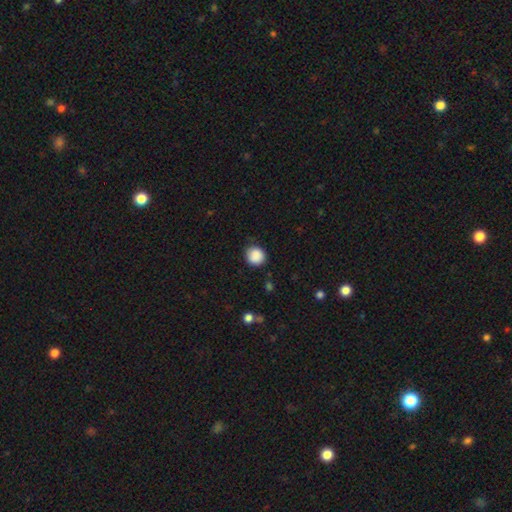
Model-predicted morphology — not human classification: Smooth or featured? Predicted: smooth (p=0.88). How rounded? Predicted: round (p=0.89). Merging? Predicted: none (p=0.82).